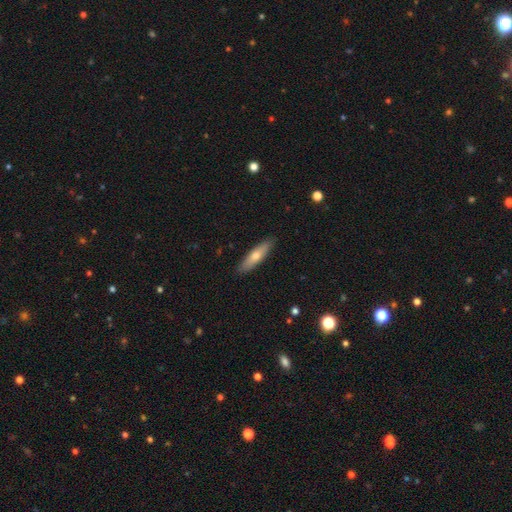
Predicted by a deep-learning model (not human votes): The model was most divided on "smooth or featured": smooth: 62%, featured or disk: 32%, star or artifact: 6%. More confident: merging — none (89%); how rounded — cigar-shaped (69%).